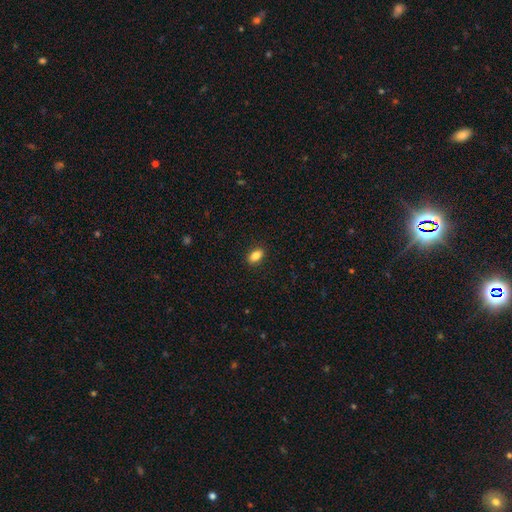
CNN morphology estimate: Smooth or featured?
  - smooth: 86% *
  - star or artifact: 9%
  - featured or disk: 5%
How rounded?
  - in between: 87% *
  - round: 9%
  - cigar-shaped: 4%
Merging?
  - none: 89% *
  - minor disturbance: 8%
  - major disturbance: 2%
  - merger: 1%